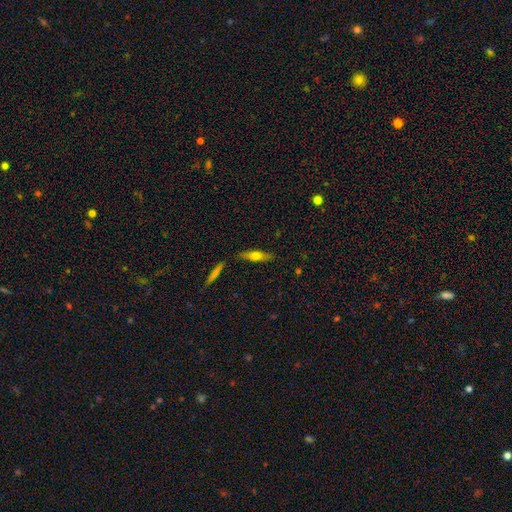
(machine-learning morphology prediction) A smooth galaxy with no disk features (54%) that is cigar-shaped (72%).

Vote fractions:
- Smooth or featured? smooth: 54% / featured or disk: 39% / star or artifact: 7%
- How rounded? cigar-shaped: 72% / in between: 26% / round: 2%
- Merging? none: 81% / minor disturbance: 11% / merger: 5% / major disturbance: 3%